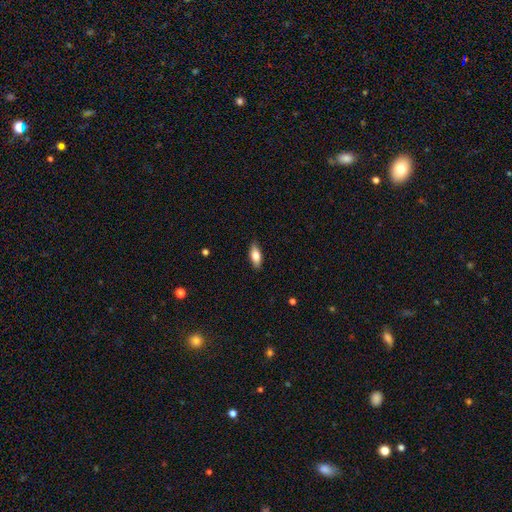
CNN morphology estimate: A smooth galaxy with no disk features (73%) that is in between round and cigar-shaped (78%).

Vote fractions:
- Smooth or featured? smooth: 73% / featured or disk: 21% / star or artifact: 7%
- How rounded? in between: 78% / cigar-shaped: 19% / round: 3%
- Merging? none: 87% / minor disturbance: 10% / major disturbance: 2% / merger: 1%